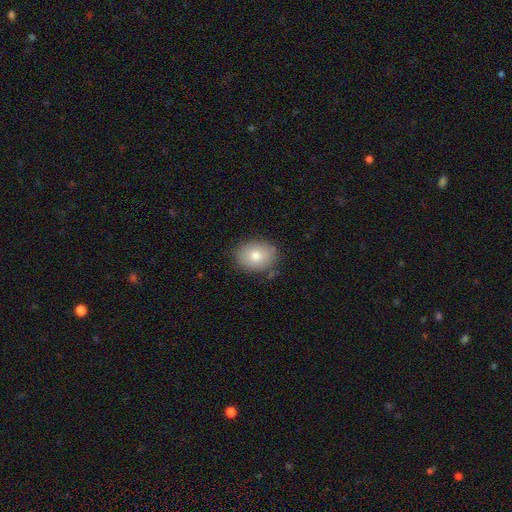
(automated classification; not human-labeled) This is likely a smooth galaxy (78%). How rounded: likely in between (62%). Merging: clearly none (82%).